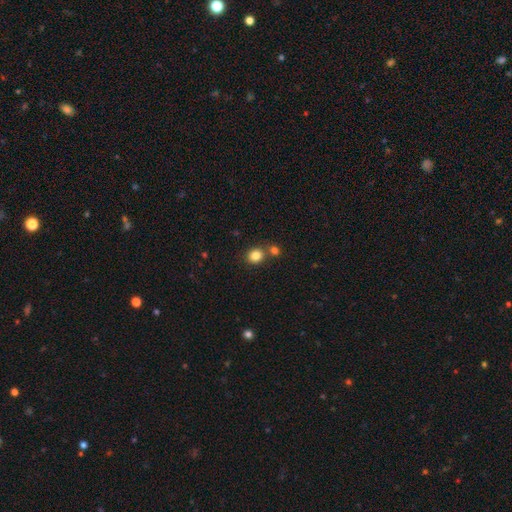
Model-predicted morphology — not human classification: smooth_or_featured: smooth (p=0.83) [alt: star or artifact p=0.11]
how_rounded: round (p=0.78) [alt: in between p=0.21]
merging: none (p=0.68) [alt: merger p=0.22]